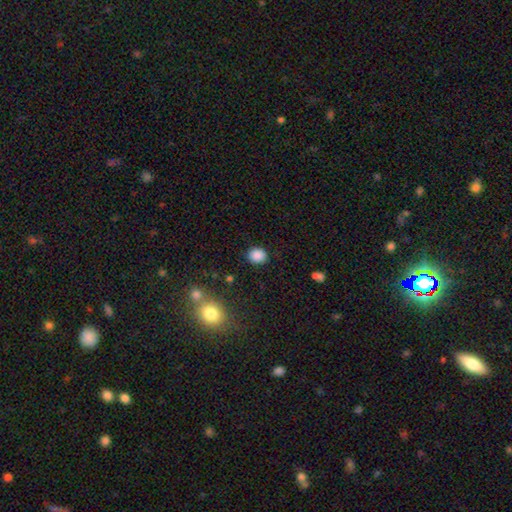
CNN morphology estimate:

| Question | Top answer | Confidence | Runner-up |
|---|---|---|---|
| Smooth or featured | smooth | 87% | star or artifact (10%) |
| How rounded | round | 64% | in between (35%) |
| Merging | none | 87% | minor disturbance (9%) |